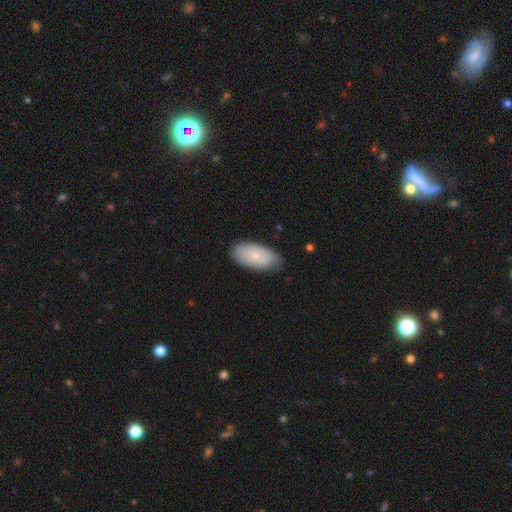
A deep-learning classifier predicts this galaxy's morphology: Smooth or featured?
  - smooth: 68% *
  - featured or disk: 26%
  - star or artifact: 6%
How rounded?
  - in between: 93% *
  - round: 3%
  - cigar-shaped: 3%
Merging?
  - none: 80% *
  - minor disturbance: 16%
  - major disturbance: 3%
  - merger: 1%